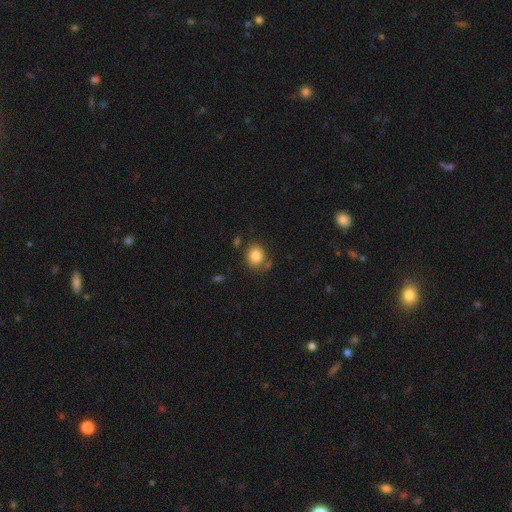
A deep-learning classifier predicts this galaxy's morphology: type=smooth (84%); roundness=round (70%); merging=none (74%).